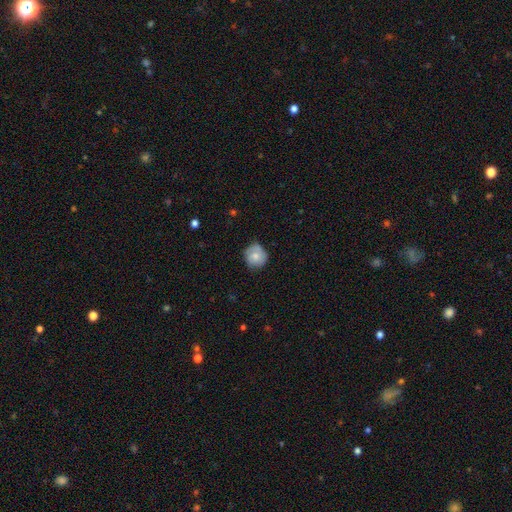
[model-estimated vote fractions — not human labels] This is likely a smooth galaxy (68%). How rounded: clearly round (88%). Merging: likely none (71%).